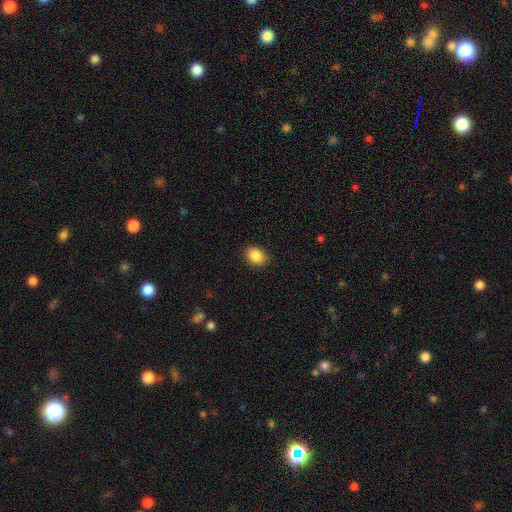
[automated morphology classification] smooth-or-featured: smooth: 87% | star or artifact: 8% | featured or disk: 4%
  how-rounded: in between: 63% | round: 36% | cigar-shaped: 1%
  merging: none: 87% | minor disturbance: 10% | major disturbance: 2% | merger: 1%